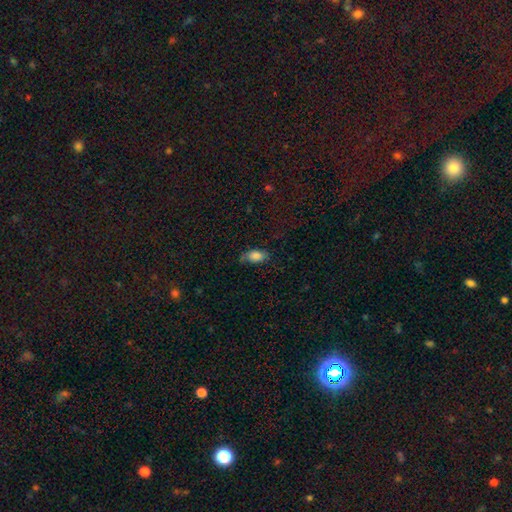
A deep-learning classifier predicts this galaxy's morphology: A smooth galaxy with no disk features (80%) that is in between round and cigar-shaped (91%). Merging: none (62%).